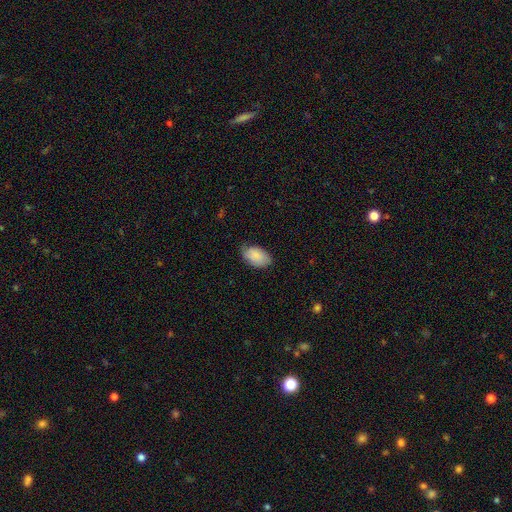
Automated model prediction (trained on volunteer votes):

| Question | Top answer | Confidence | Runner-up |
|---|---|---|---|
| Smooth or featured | smooth | 86% | featured or disk (7%) |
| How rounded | in between | 93% | round (5%) |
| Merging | none | 73% | minor disturbance (22%) |